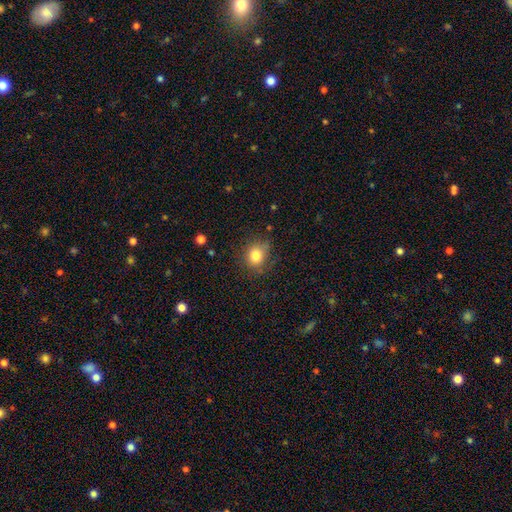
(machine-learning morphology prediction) Smooth or featured: smooth — 81% (star or artifact — 11%)
How rounded: round — 68% (in between — 31%)
Merging: none — 77% (minor disturbance — 17%)